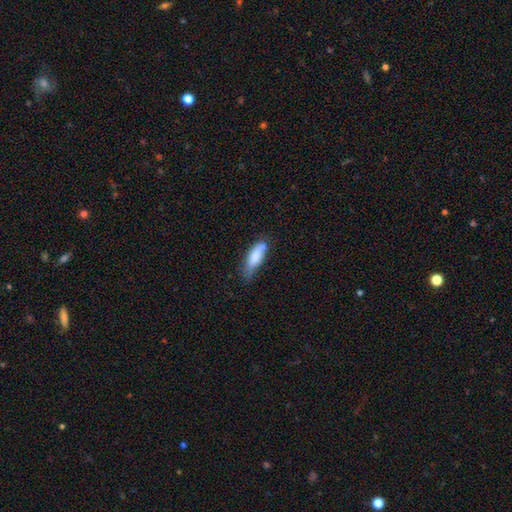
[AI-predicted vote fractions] Overall: smooth (80%). How rounded: in between (60%; cigar-shaped 38%). Merging: none (45%; minor disturbance 39%).